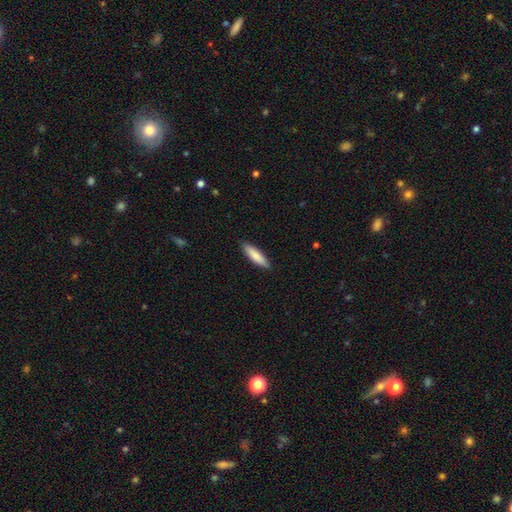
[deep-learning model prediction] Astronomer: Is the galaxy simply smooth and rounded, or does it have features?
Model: smooth — 84%.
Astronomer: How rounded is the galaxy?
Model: cigar-shaped — 71%.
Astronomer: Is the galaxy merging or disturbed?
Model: none — 90%.